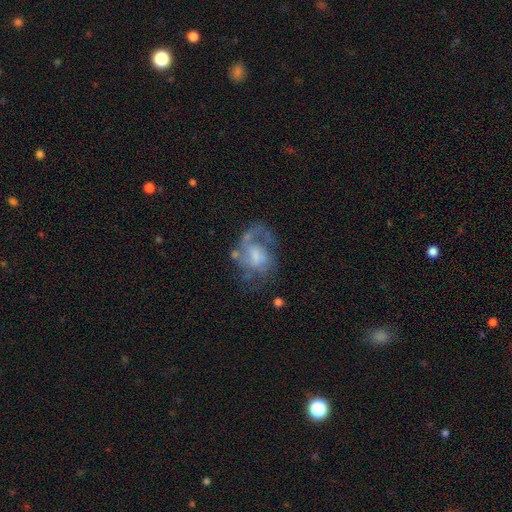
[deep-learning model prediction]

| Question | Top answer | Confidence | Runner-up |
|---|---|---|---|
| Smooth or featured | featured or disk | 71% | smooth (20%) |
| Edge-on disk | no | 97% | yes (3%) |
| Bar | no | 55% | weak (38%) |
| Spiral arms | yes | 77% | no (23%) |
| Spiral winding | medium | 43% | loose (32%) |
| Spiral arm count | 1 | 44% | 2 (27%) |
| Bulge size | moderate | 34% | small (32%) |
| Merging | none | 45% | major disturbance (31%) |